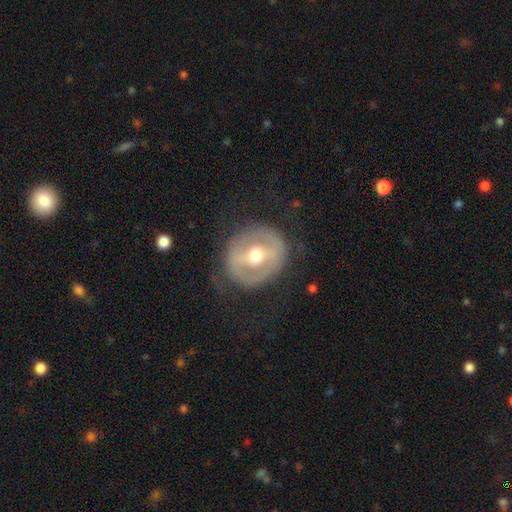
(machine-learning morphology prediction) Smooth or featured? featured or disk (69%)
Edge-on disk? no (94%)
Bar? strong (46%)
Spiral arms? no (67%)
Bulge size? moderate (75%)
Merging? none (74%)